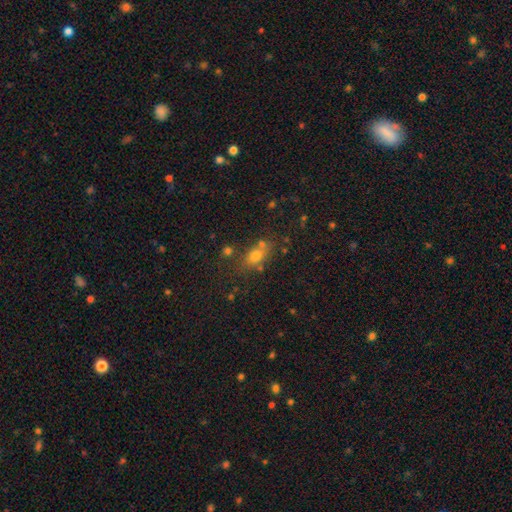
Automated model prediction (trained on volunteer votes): The model was most divided on "how rounded": in between: 60%, round: 33%, cigar-shaped: 8%. More confident: smooth or featured — smooth (68%); merging — none (62%).